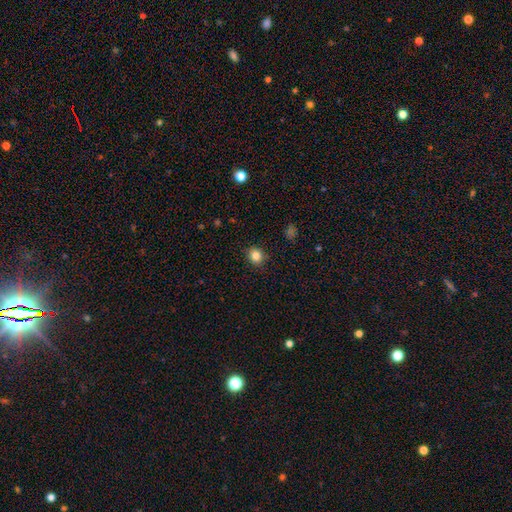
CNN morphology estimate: smooth 84%, star or artifact 11%, featured or disk 5%. Down the decision tree: how rounded — round (75%); merging — none (89%).